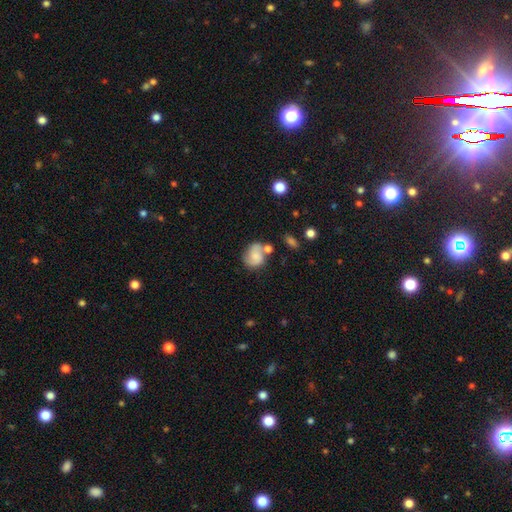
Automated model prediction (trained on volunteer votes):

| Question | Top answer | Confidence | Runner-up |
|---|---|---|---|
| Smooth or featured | smooth | 59% | featured or disk (32%) |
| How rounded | round | 58% | in between (41%) |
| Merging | none | 50% | minor disturbance (22%) |